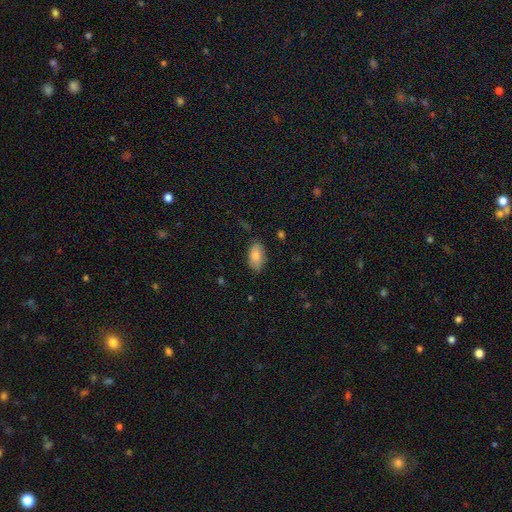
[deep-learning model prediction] smooth 83%, featured or disk 10%, star or artifact 7%. Down the decision tree: how rounded — in between (93%); merging — none (78%).